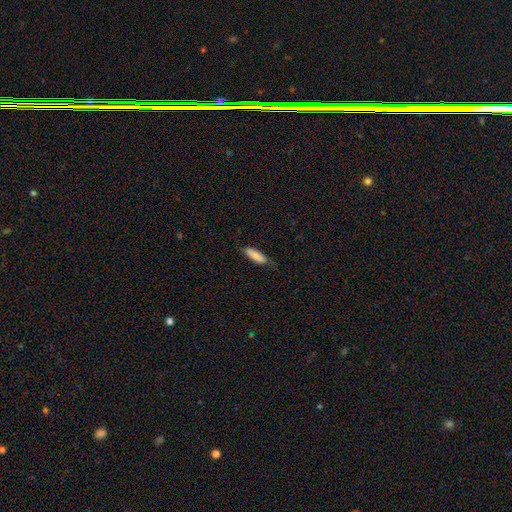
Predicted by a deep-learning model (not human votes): Smooth or featured? smooth (87%)
How rounded? in between (53%)
Merging? none (72%)